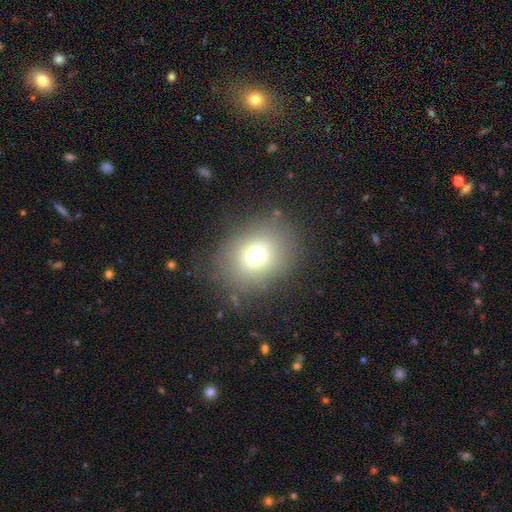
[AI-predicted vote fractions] Smooth or featured: smooth — 69% (star or artifact — 18%)
How rounded: round — 60% (in between — 39%)
Merging: none — 79% (minor disturbance — 11%)